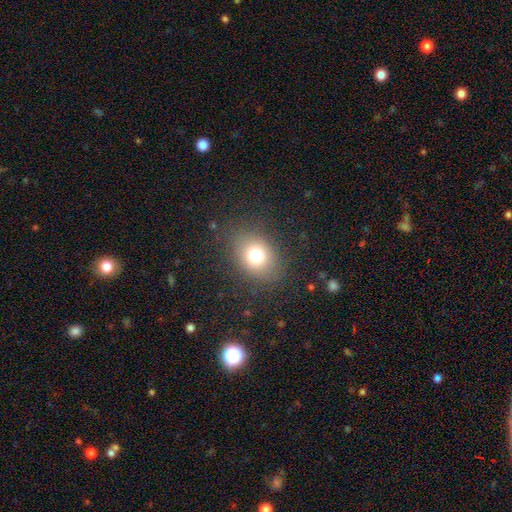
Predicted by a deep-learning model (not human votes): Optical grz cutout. It shows a smooth galaxy with no disk features (74%) that is round (50%). Merging: none (82%).